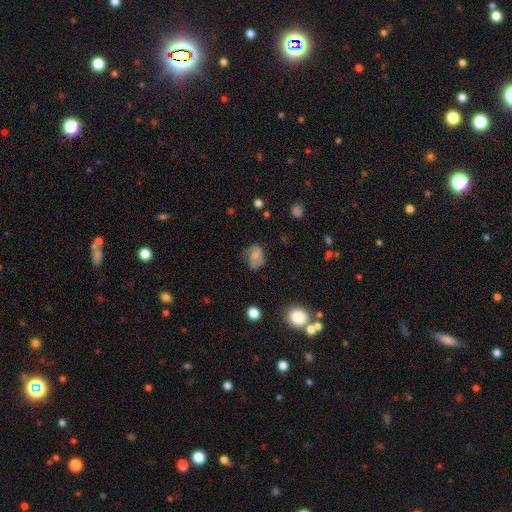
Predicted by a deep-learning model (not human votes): Smooth or featured? Predicted: smooth (p=0.57). How rounded? Predicted: in between (p=0.69). Merging? Predicted: none (p=0.46).